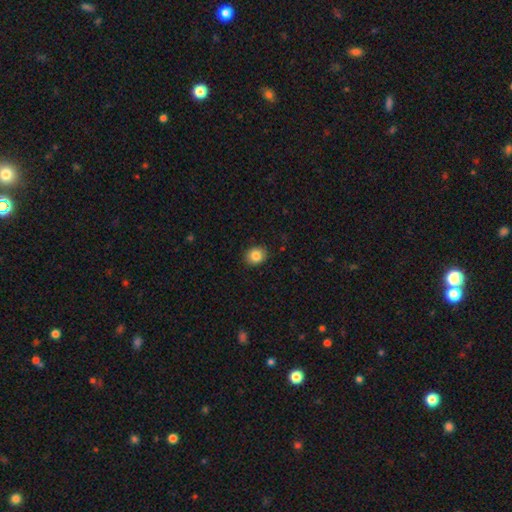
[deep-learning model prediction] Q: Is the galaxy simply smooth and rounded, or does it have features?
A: smooth — 85%.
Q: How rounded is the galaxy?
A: round — 70%.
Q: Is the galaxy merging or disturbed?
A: none — 89%.